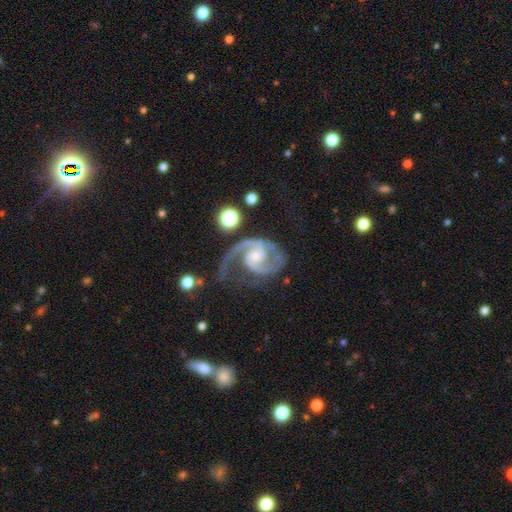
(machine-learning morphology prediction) smooth_or_featured: featured or disk (p=0.91) [alt: smooth p=0.05]
disk_edge_on: no (p=0.98) [alt: yes p=0.02]
bar: no (p=0.56) [alt: weak p=0.36]
has_spiral_arms: yes (p=0.98) [alt: no p=0.02]
spiral_winding: medium (p=0.54) [alt: tight p=0.26]
spiral_arm_count: 2 (p=0.72) [alt: 1 p=0.18]
bulge_size: small (p=0.50) [alt: moderate p=0.36]
merging: none (p=0.44) [alt: major disturbance p=0.32]